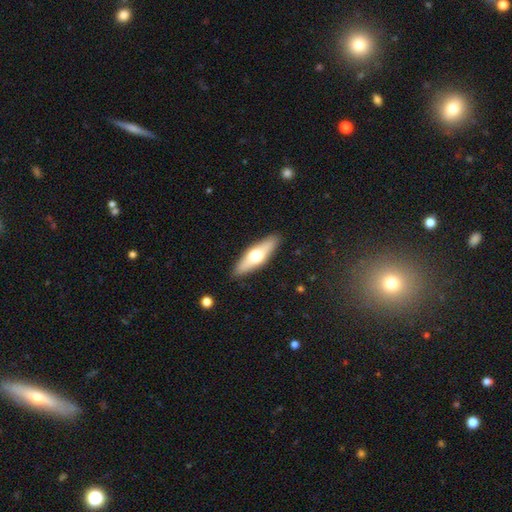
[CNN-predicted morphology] This appears to be a smooth galaxy with no disk features (51%) that is cigar-shaped (55%). Merging: none (89%).